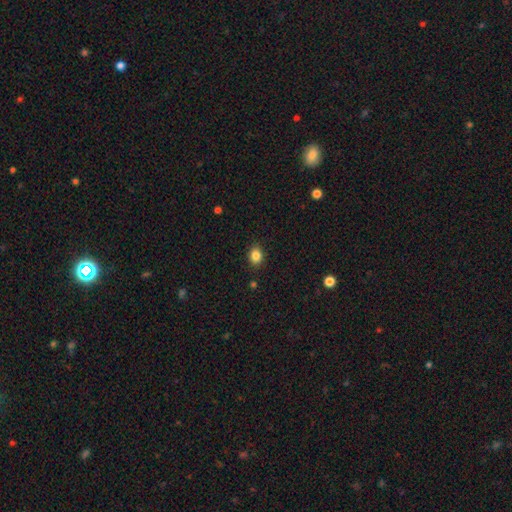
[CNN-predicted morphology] A smooth galaxy with no disk features (85%) that is in between round and cigar-shaped (52%). Merging: none (89%).